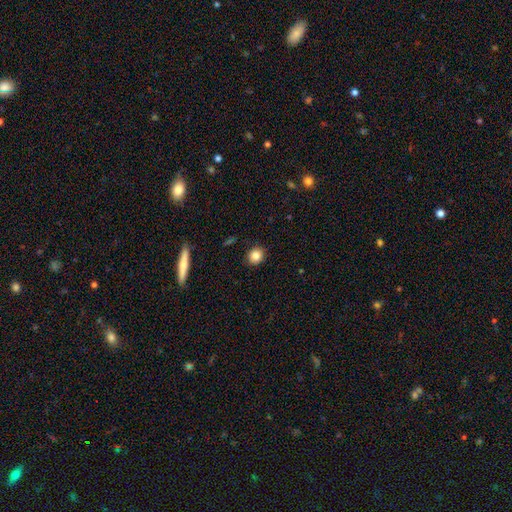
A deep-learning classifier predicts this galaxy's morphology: Q: Smooth or featured?
A: smooth (83%); runner-up: star or artifact (10%)
Q: How rounded?
A: round (79%); runner-up: in between (20%)
Q: Merging?
A: none (90%); runner-up: minor disturbance (7%)